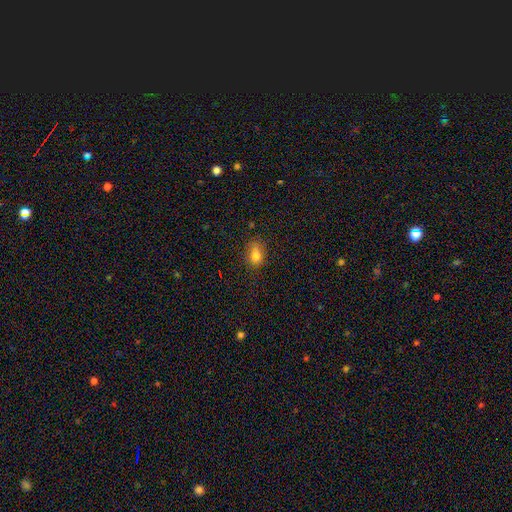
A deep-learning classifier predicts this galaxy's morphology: This appears to be a smooth galaxy with no disk features (77%) that is in between round and cigar-shaped (71%). Merging: none (64%).